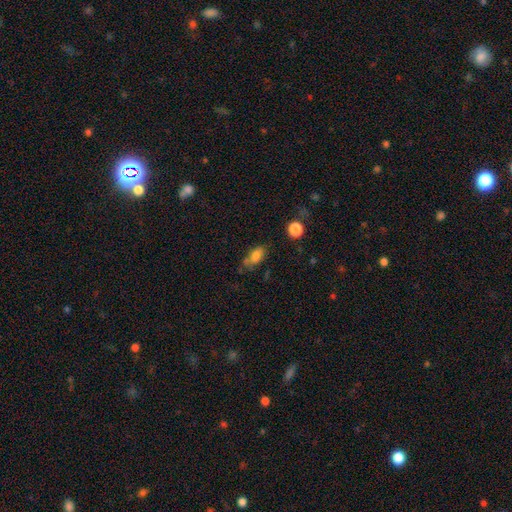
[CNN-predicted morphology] Smooth or featured? smooth (77%)
How rounded? in between (85%)
Merging? none (52%)